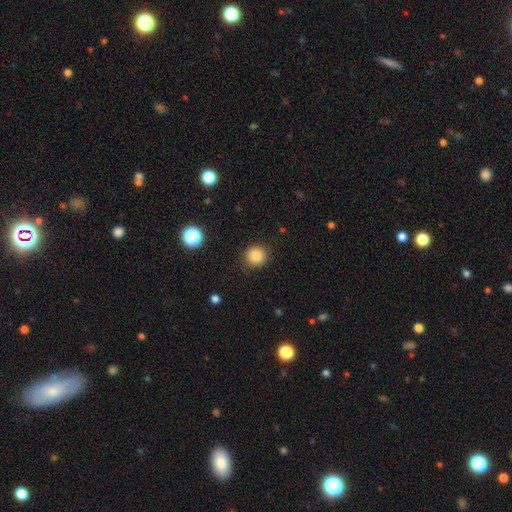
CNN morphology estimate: The model was most divided on "smooth or featured": smooth: 85%, star or artifact: 11%, featured or disk: 4%. More confident: how rounded — round (94%); merging — none (88%).